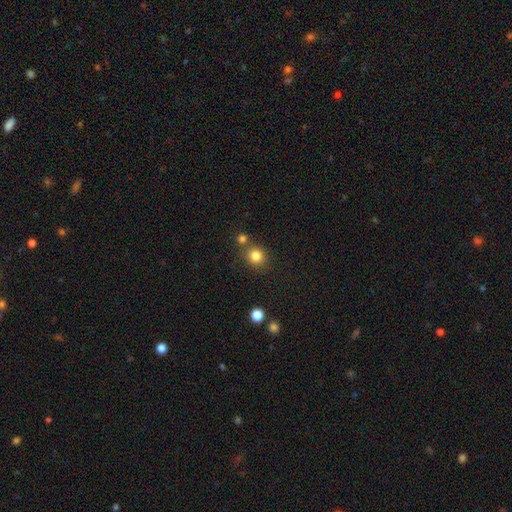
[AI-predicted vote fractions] This is clearly a smooth galaxy (82%). How rounded: clearly round (87%). Merging: likely none (75%).